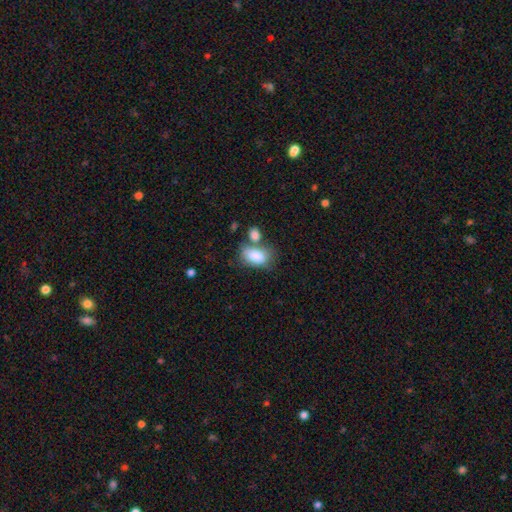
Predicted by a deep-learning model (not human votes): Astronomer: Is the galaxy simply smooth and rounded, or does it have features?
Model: smooth — 83%.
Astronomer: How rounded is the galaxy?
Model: in between — 90%.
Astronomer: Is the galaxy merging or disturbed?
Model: none — 42% (runner-up: merger, 32%).